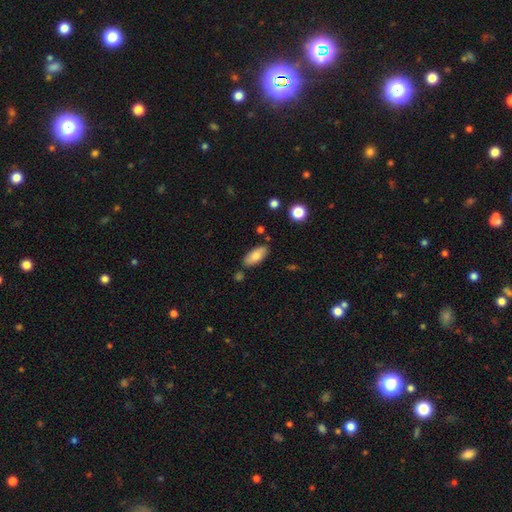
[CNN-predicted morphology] Smooth or featured? smooth (81%)
How rounded? in between (84%)
Merging? none (80%)